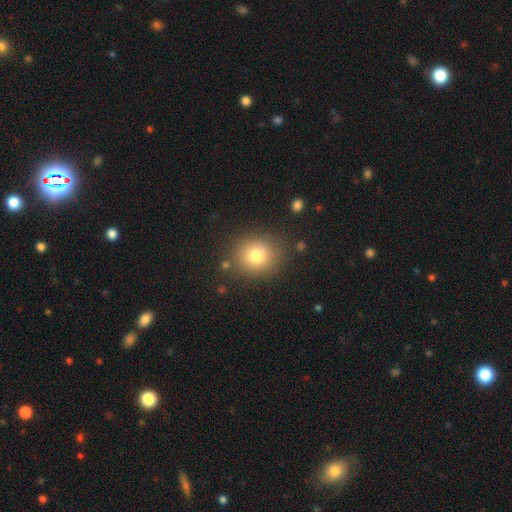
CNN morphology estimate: The model was most divided on "smooth or featured": smooth: 76%, star or artifact: 13%, featured or disk: 11%. More confident: how rounded — round (84%); merging — none (82%).